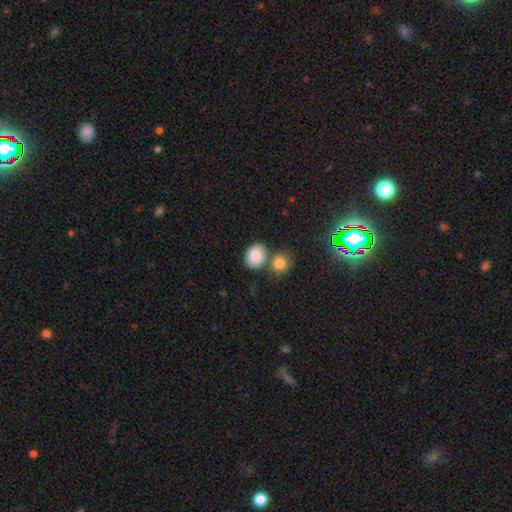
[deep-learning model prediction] Smooth or featured? smooth (85%)
How rounded? in between (54%)
Merging? none (51%)